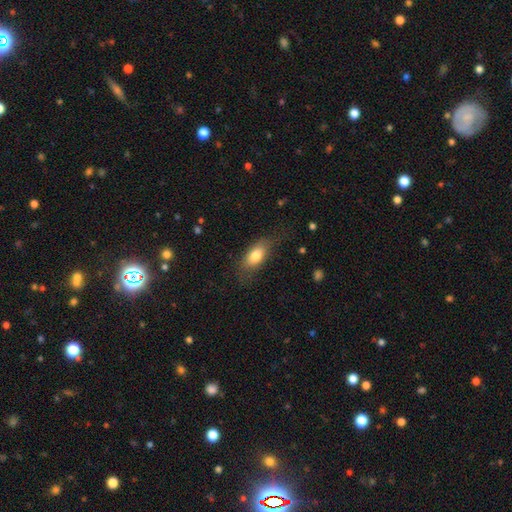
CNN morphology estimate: type=smooth (78%); roundness=in between (84%); merging=none (68%).